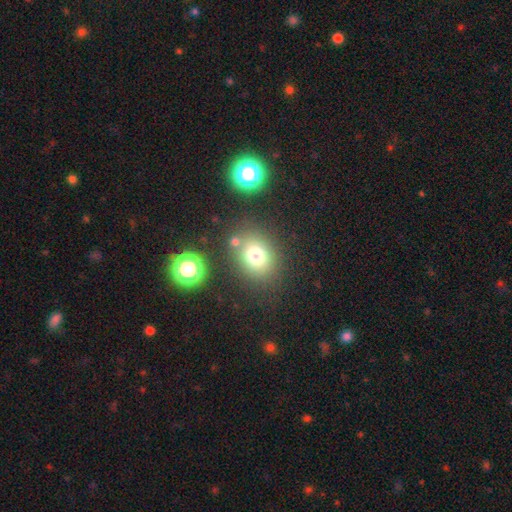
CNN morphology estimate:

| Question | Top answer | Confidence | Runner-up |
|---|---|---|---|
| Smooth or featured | smooth | 75% | star or artifact (15%) |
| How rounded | round | 55% | in between (44%) |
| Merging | none | 74% | minor disturbance (12%) |